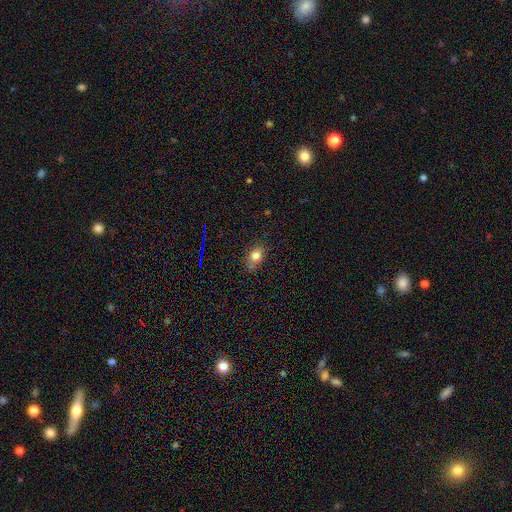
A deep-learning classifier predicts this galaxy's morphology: Smooth or featured? Predicted: smooth (p=0.79). How rounded? Predicted: in between (p=0.61). Merging? Predicted: none (p=0.69).